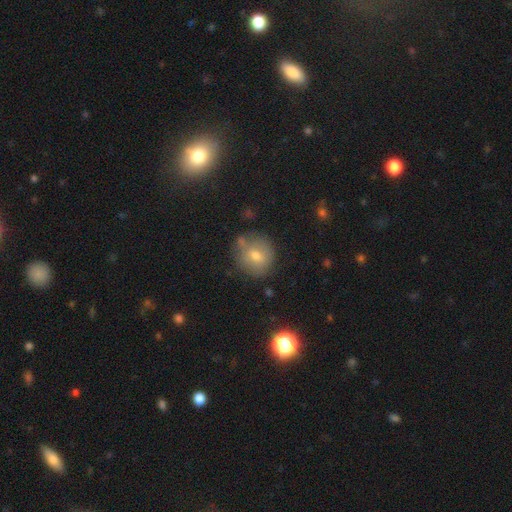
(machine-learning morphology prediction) Smooth or featured? smooth (64%)
How rounded? round (89%)
Merging? none (73%)